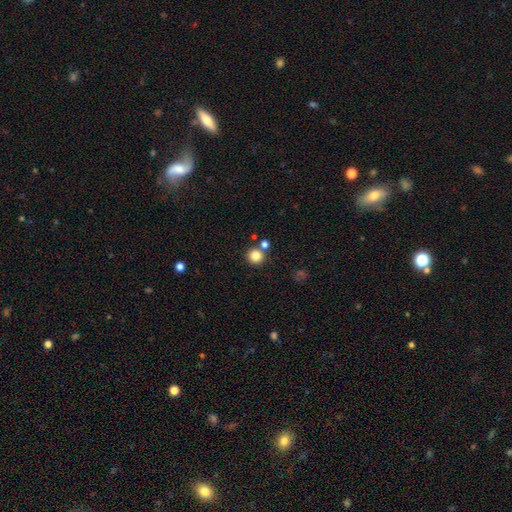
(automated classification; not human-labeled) The model was most divided on "merging": none: 77%, merger: 13%, minor disturbance: 7%, major disturbance: 2%. More confident: how rounded — round (93%); smooth or featured — smooth (83%).